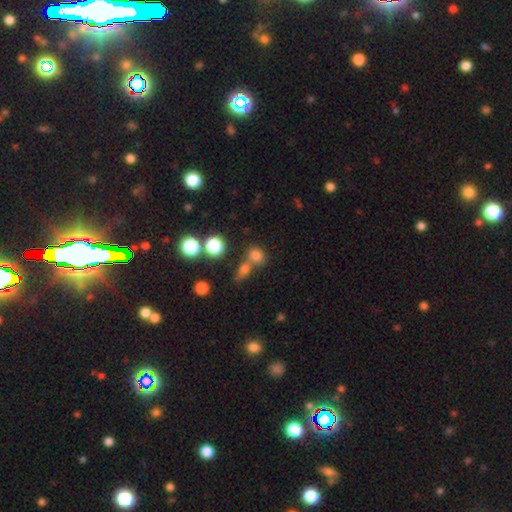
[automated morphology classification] smooth-or-featured: smooth: 75% | star or artifact: 17% | featured or disk: 8%
  how-rounded: round: 63% | in between: 35% | cigar-shaped: 2%
  merging: none: 53% | merger: 33% | minor disturbance: 9% | major disturbance: 4%